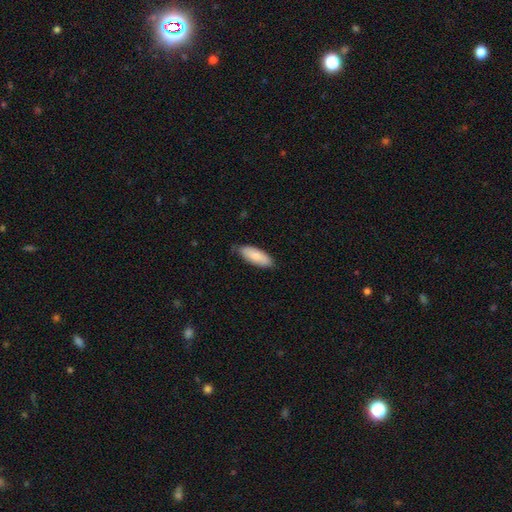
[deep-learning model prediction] This appears to be a smooth galaxy with no disk features (83%) that is in between round and cigar-shaped (75%). Merging: none (76%).